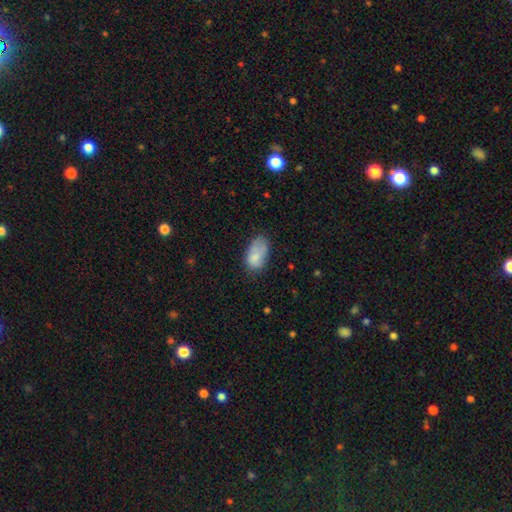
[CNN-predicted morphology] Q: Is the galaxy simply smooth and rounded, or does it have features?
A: smooth — 77%.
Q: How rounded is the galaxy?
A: in between — 92%.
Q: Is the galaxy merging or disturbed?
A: none — 47%.